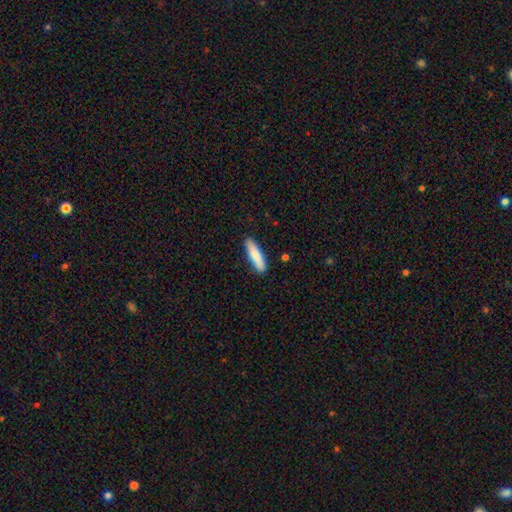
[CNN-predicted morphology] This is clearly a smooth galaxy (81%). How rounded: likely cigar-shaped (76%). Merging: clearly none (87%).